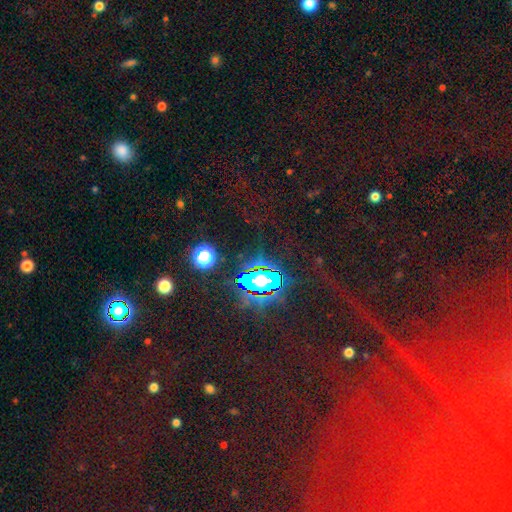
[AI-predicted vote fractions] Smooth or featured? Predicted: star or artifact (p=0.81).